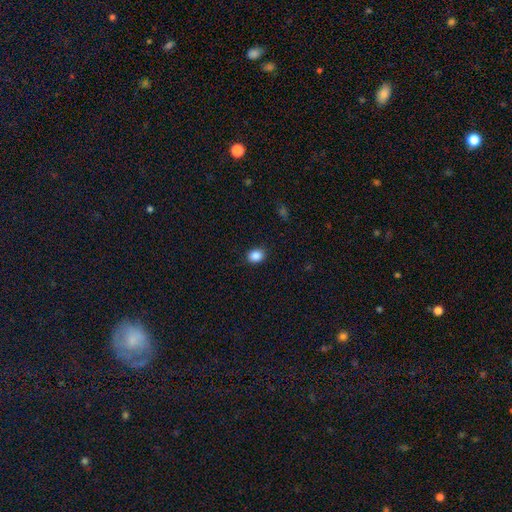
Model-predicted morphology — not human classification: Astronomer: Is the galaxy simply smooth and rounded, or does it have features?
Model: smooth — 87%.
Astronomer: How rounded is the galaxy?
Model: in between — 52% (runner-up: round, 47%).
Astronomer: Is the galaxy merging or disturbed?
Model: none — 89%.